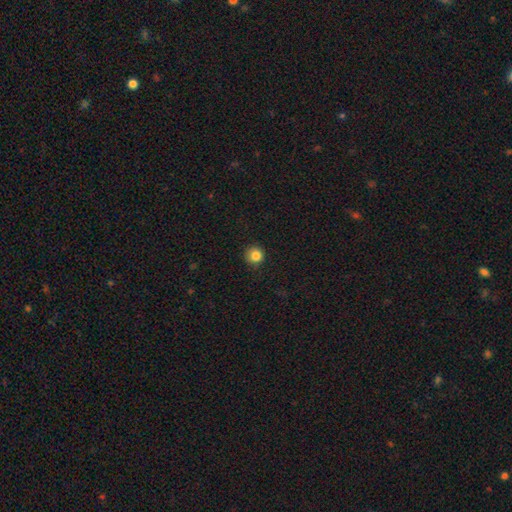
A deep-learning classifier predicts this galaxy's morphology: smooth 85%, star or artifact 11%, featured or disk 4%. Down the decision tree: how rounded — round (94%); merging — none (90%).